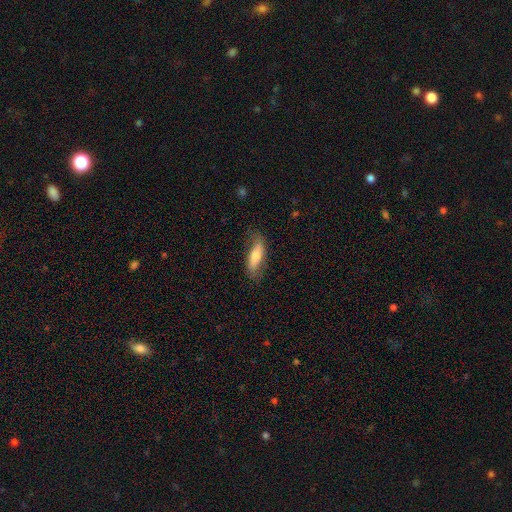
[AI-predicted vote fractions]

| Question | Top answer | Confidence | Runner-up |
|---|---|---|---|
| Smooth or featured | smooth | 61% | featured or disk (33%) |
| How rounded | in between | 53% | cigar-shaped (44%) |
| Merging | none | 70% | minor disturbance (22%) |